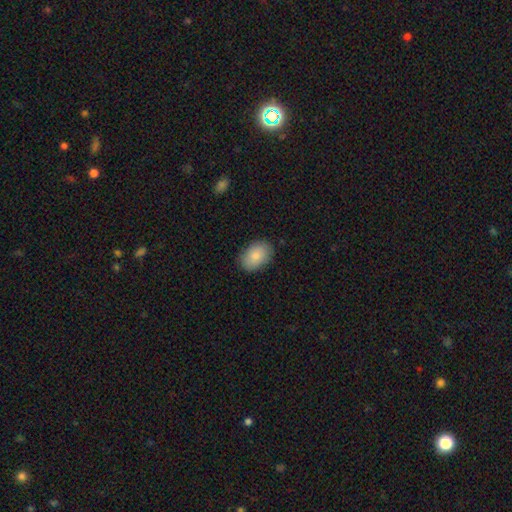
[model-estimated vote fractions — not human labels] Smooth or featured?
  - smooth: 85% *
  - featured or disk: 8%
  - star or artifact: 6%
How rounded?
  - in between: 85% *
  - round: 14%
  - cigar-shaped: 1%
Merging?
  - none: 86% *
  - minor disturbance: 11%
  - major disturbance: 2%
  - merger: 1%